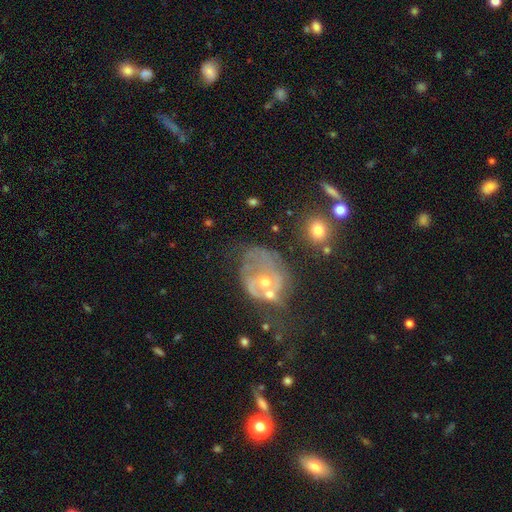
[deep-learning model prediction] This is likely a featured or disk galaxy (67%). It is clearly not viewed edge-on (97%). Bar: likely no (74%). Spiral arm pattern: likely yes (62%). Central bulge: possibly moderate (48%). Merging: marginally major disturbance (30%).